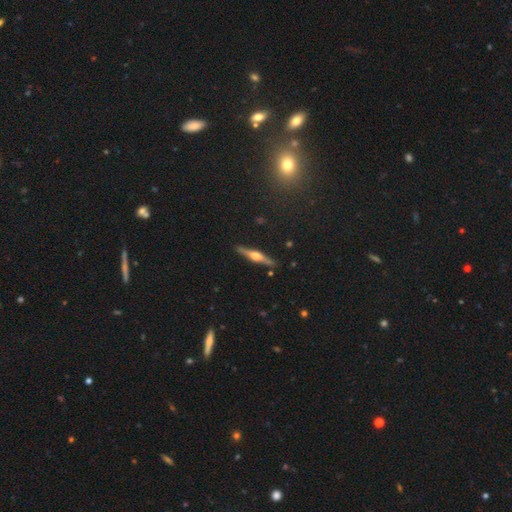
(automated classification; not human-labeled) This is likely a featured or disk galaxy (73%). It is clearly viewed edge-on (97%). Edge-on bulge: clearly rounded (91%). Merging: clearly none (89%).